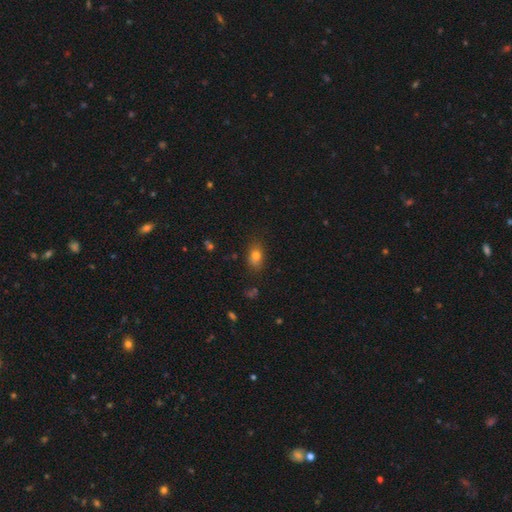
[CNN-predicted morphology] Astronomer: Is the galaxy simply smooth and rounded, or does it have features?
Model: smooth — 77%.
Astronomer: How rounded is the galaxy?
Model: in between — 74%.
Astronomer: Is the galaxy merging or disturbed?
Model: none — 79%.